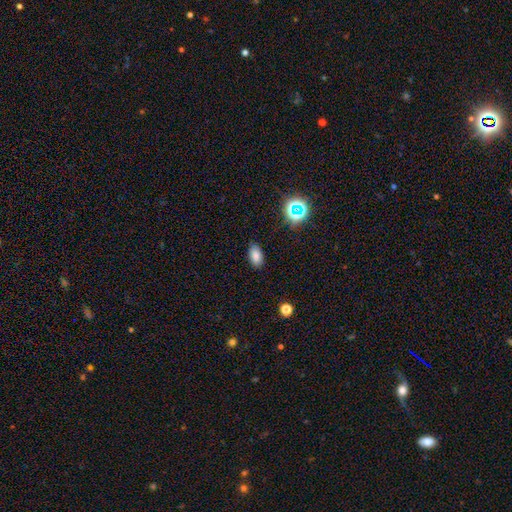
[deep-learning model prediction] smooth-or-featured: smooth: 81% | star or artifact: 13% | featured or disk: 6%
  how-rounded: in between: 91% | round: 6% | cigar-shaped: 2%
  merging: none: 86% | minor disturbance: 10% | major disturbance: 3% | merger: 1%